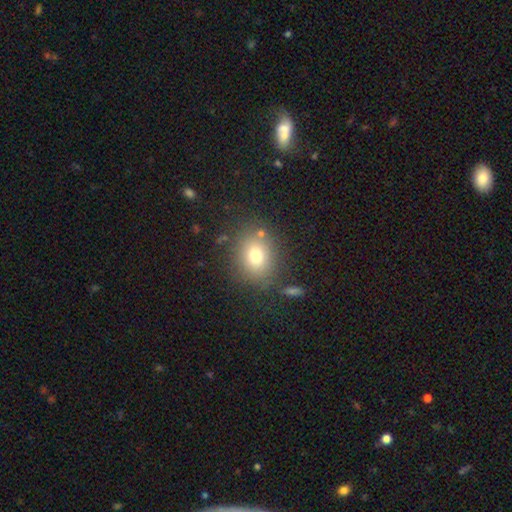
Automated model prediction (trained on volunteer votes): Morphology: type=smooth (76%); roundness=round (50%); merging=none (80%).